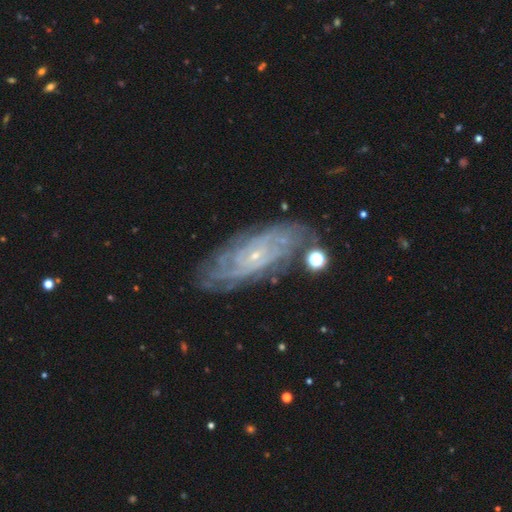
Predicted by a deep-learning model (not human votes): smooth_or_featured: featured or disk (p=0.86) [alt: smooth p=0.08]
disk_edge_on: no (p=0.92) [alt: yes p=0.08]
bar: no (p=0.73) [alt: weak p=0.21]
has_spiral_arms: yes (p=0.96) [alt: no p=0.04]
spiral_winding: tight (p=0.74) [alt: medium p=0.21]
spiral_arm_count: can't tell (p=0.37) [alt: 4 p=0.18]
bulge_size: small (p=0.88) [alt: moderate p=0.08]
merging: none (p=0.76) [alt: minor disturbance p=0.16]